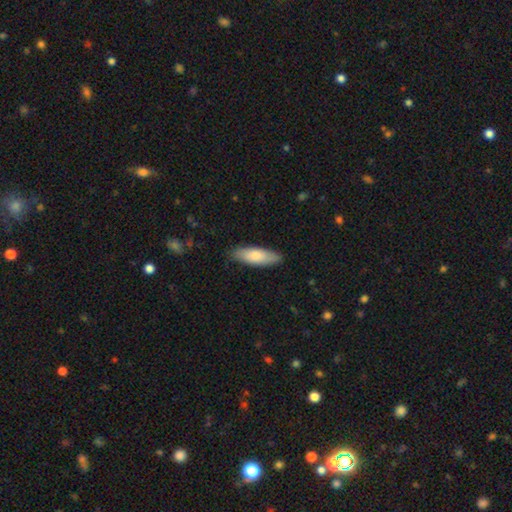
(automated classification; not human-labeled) smooth 78%, featured or disk 17%, star or artifact 5%. Down the decision tree: how rounded — in between (56%); merging — none (86%).